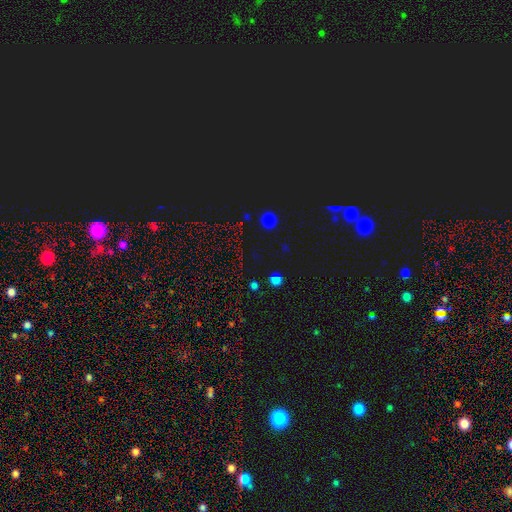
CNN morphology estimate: Overall: smooth (50%; star or artifact 44%). Merging: none (88%).